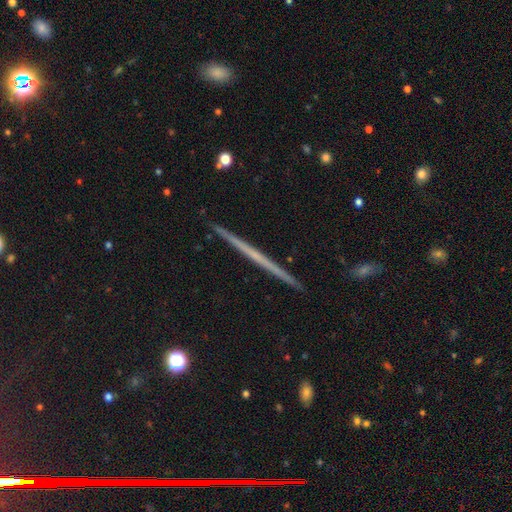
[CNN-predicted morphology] Q: Smooth or featured?
A: featured or disk (68%); runner-up: smooth (24%)
Q: Edge-on disk?
A: yes (98%); runner-up: no (2%)
Q: Edge-on bulge?
A: none (78%); runner-up: rounded (17%)
Q: Merging?
A: none (93%); runner-up: minor disturbance (5%)